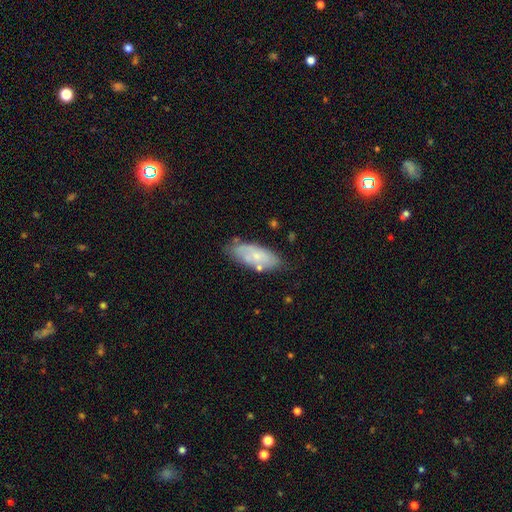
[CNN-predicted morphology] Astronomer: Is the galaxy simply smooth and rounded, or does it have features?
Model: smooth — 55% (runner-up: featured or disk, 39%).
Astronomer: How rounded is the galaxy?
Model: in between — 82%.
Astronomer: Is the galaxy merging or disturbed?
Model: none — 68%.